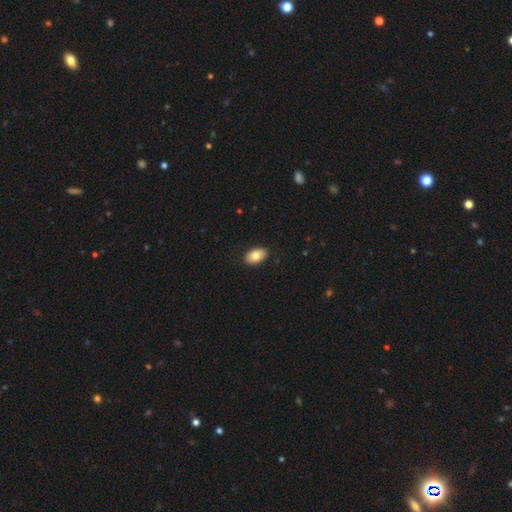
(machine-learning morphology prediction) This is clearly a smooth galaxy (81%). How rounded: clearly in between (92%). Merging: clearly none (89%).